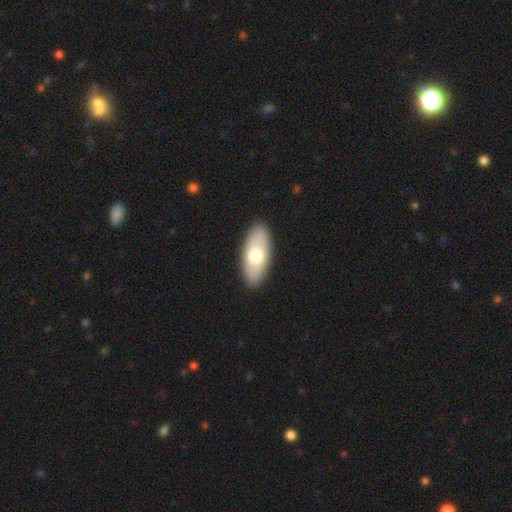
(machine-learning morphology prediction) Smooth or featured? Predicted: smooth (p=0.68). How rounded? Predicted: in between (p=0.87). Merging? Predicted: none (p=0.89).